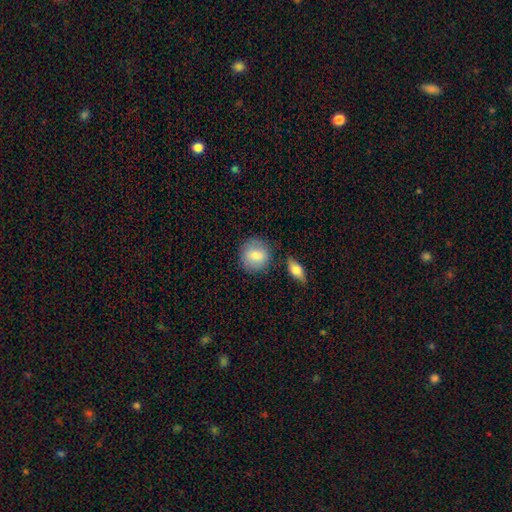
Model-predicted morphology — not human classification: smooth 82%, featured or disk 12%, star or artifact 6%. Down the decision tree: how rounded — round (86%); merging — none (79%).